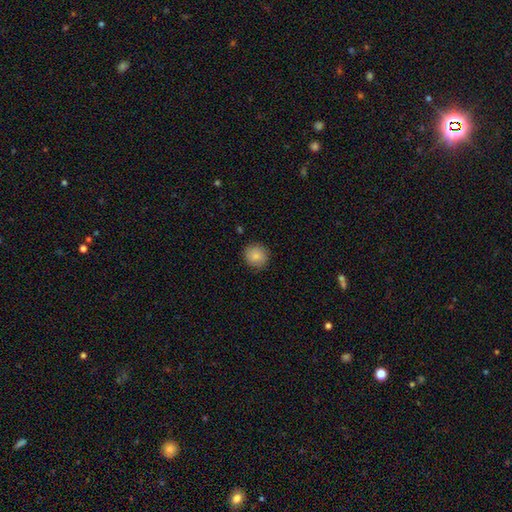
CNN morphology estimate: The model was most divided on "smooth or featured": smooth: 85%, star or artifact: 8%, featured or disk: 7%. More confident: how rounded — round (89%); merging — none (87%).